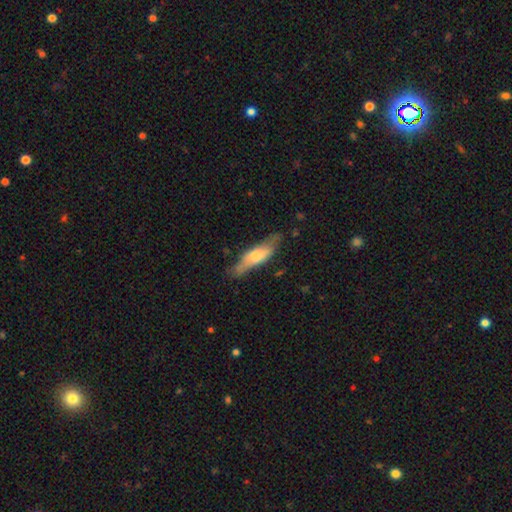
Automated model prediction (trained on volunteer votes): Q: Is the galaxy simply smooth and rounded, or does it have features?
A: smooth — 57%.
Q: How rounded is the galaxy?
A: cigar-shaped — 60%.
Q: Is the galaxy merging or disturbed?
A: none — 64%.